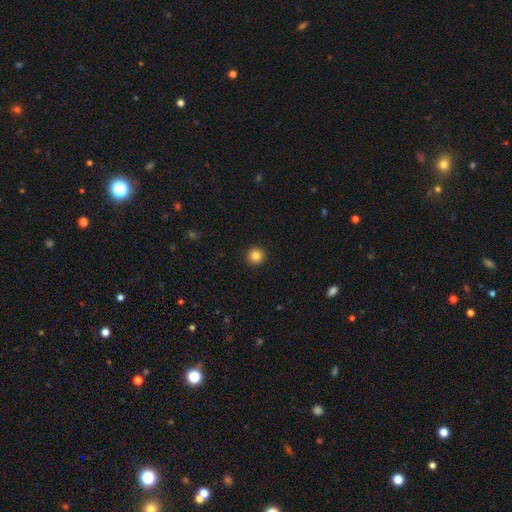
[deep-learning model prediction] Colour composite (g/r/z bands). It shows a smooth galaxy with no disk features (84%) that is round (96%). Merging: none (94%).